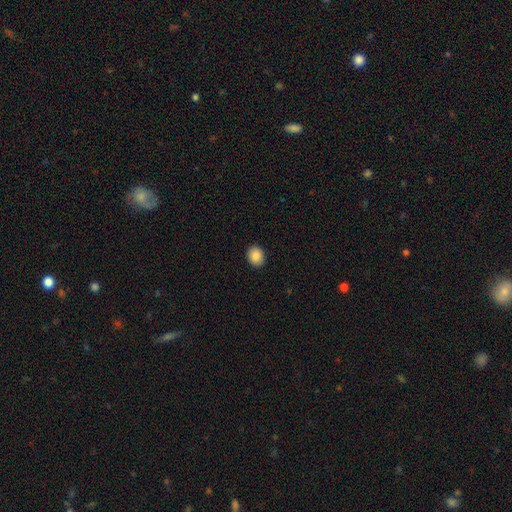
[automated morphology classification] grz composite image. It shows a smooth galaxy with no disk features (88%) that is round (51%). Merging: none (91%).